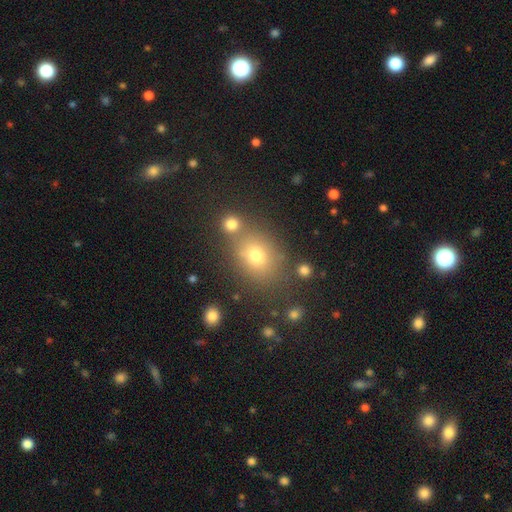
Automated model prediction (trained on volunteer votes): Smooth or featured?
  - smooth: 68% *
  - star or artifact: 20%
  - featured or disk: 12%
How rounded?
  - in between: 54% *
  - round: 44%
  - cigar-shaped: 2%
Merging?
  - none: 68% *
  - merger: 16%
  - minor disturbance: 11%
  - major disturbance: 5%